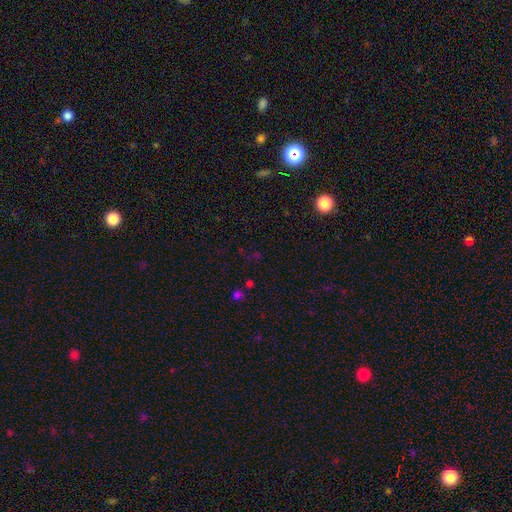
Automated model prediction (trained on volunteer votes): smooth-or-featured: star or artifact: 61% | smooth: 31% | featured or disk: 7%